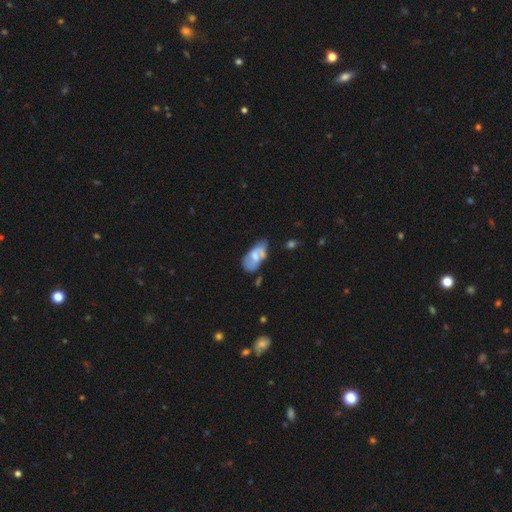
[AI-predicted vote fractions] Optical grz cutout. It shows a smooth galaxy with no disk features (50%) that is in between round and cigar-shaped (92%). Merging: none (45%).